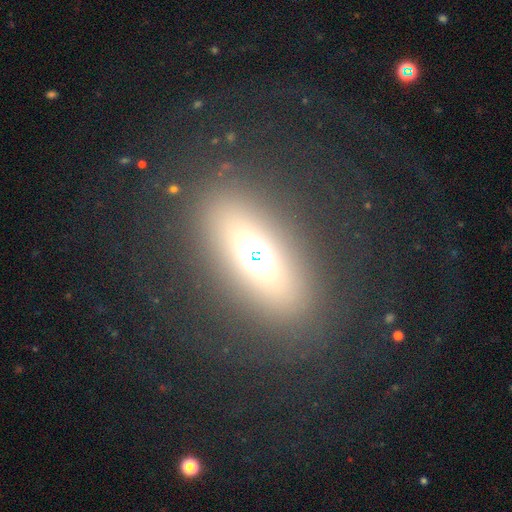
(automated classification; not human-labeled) Smooth or featured?
  - smooth: 46% *
  - featured or disk: 32%
  - star or artifact: 22%
Merging?
  - none: 84% *
  - minor disturbance: 8%
  - major disturbance: 6%
  - merger: 2%